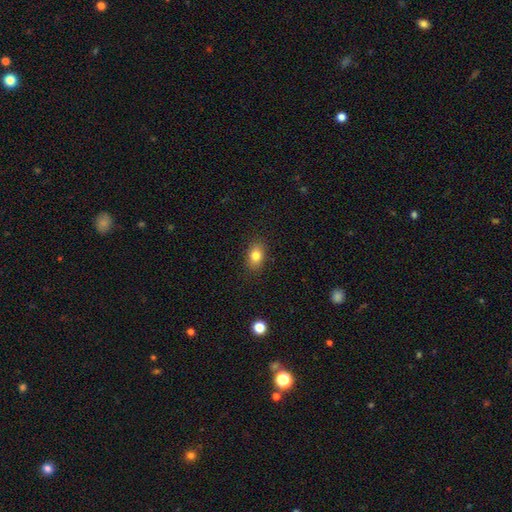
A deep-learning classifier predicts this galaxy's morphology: Q: Smooth or featured?
A: smooth (81%); runner-up: star or artifact (10%)
Q: How rounded?
A: in between (78%); runner-up: round (21%)
Q: Merging?
A: none (87%); runner-up: minor disturbance (9%)